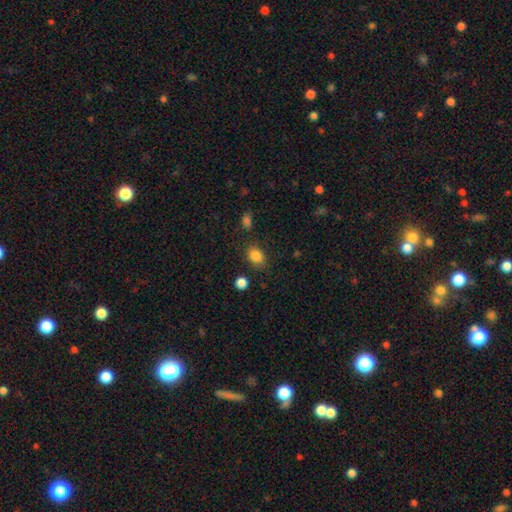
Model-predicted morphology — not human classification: A smooth galaxy with no disk features (85%) that is in between round and cigar-shaped (61%). Merging: none (79%).